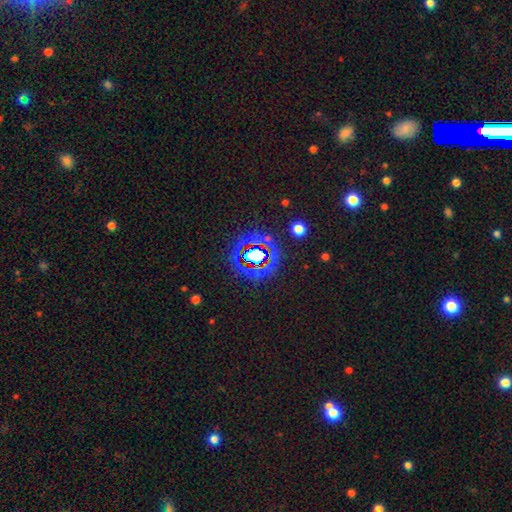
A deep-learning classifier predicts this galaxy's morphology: smooth-or-featured: star or artifact: 72% | smooth: 17% | featured or disk: 11%